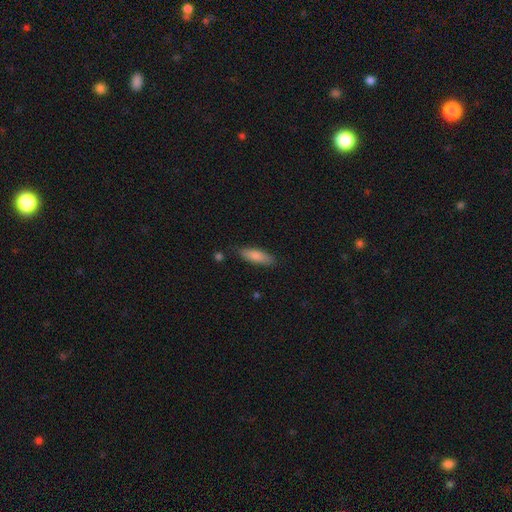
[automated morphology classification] This appears to be a smooth galaxy with no disk features (83%) that is cigar-shaped (49%, tied with in between). Merging: none (84%).